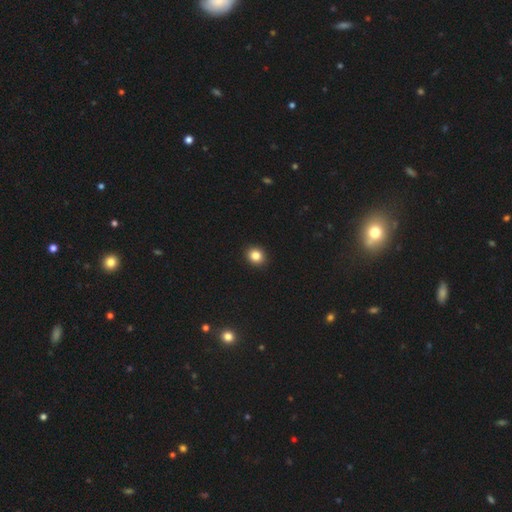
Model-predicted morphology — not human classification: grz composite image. It shows a smooth galaxy with no disk features (84%) that is round (75%). Merging: none (93%).